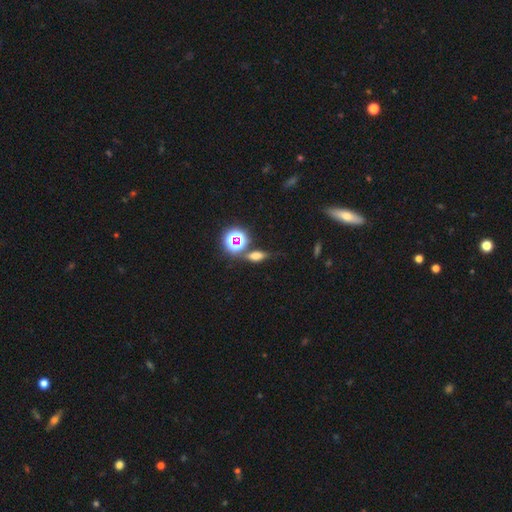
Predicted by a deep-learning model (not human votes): Morphology: type=smooth (59%); roundness=in between (59%); merging=none (66%).